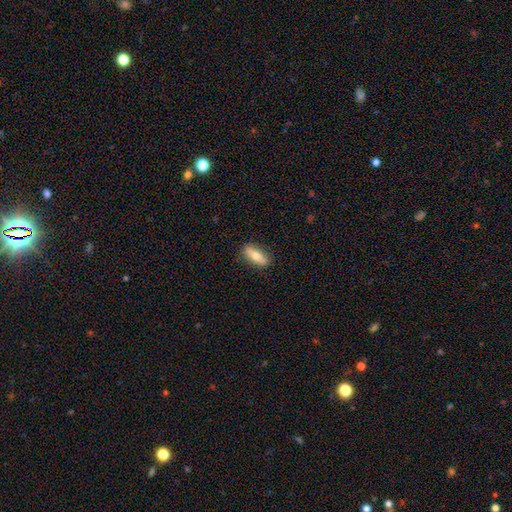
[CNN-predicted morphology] This is likely a smooth galaxy (67%). How rounded: likely in between (65%). Merging: clearly none (86%).